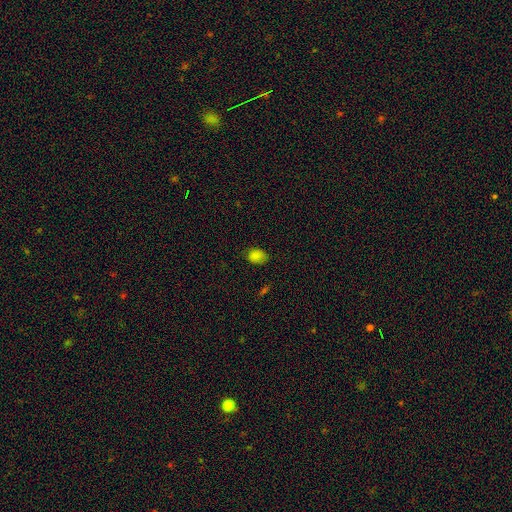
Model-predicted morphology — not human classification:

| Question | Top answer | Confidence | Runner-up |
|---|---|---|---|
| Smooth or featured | smooth | 81% | star or artifact (14%) |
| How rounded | in between | 69% | round (30%) |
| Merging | none | 72% | minor disturbance (22%) |